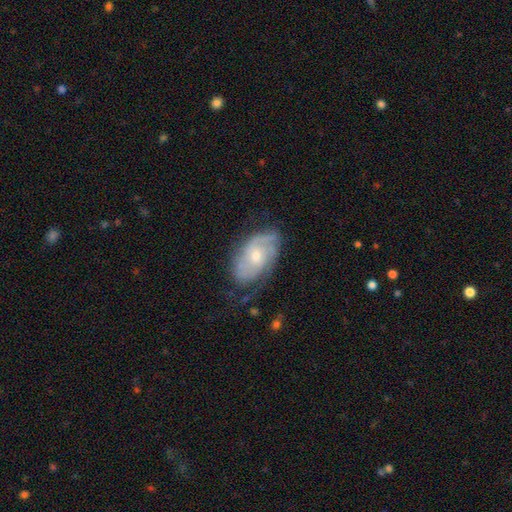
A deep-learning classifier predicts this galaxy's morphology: Smooth or featured? featured or disk (73%)
Edge-on disk? no (95%)
Bar? no (70%)
Spiral arms? yes (88%)
Spiral winding? tight (46%)
Spiral arm count? 2 (40%)
Bulge size? moderate (50%)
Merging? none (62%)